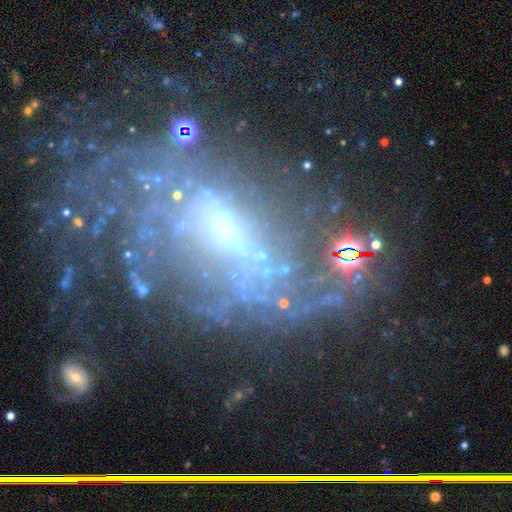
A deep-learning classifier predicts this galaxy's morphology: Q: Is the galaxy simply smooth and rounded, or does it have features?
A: featured or disk — 49%.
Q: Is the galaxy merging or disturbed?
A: none — 54%.